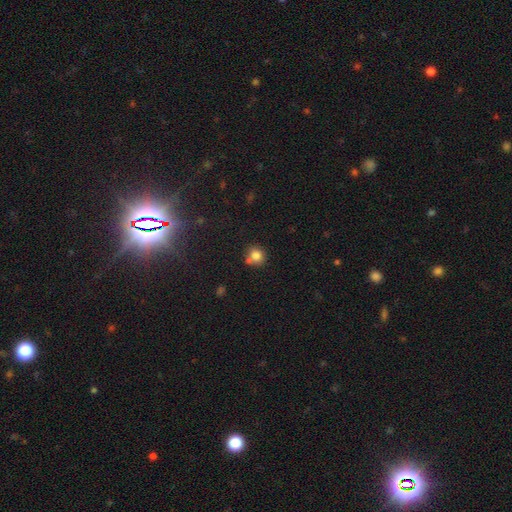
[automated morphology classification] The model was most divided on "merging": none: 63%, merger: 21%, minor disturbance: 13%, major disturbance: 4%. More confident: how rounded — round (85%); smooth or featured — smooth (80%).